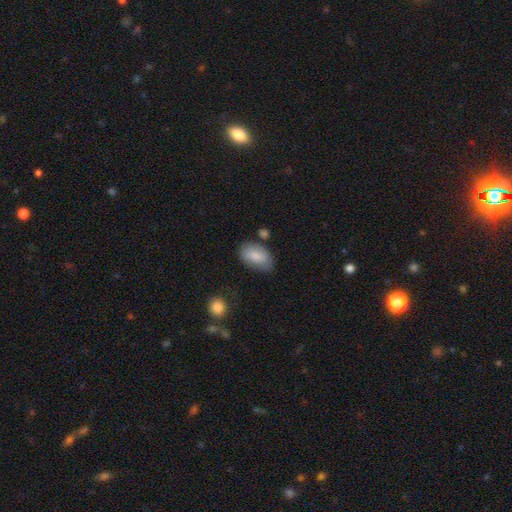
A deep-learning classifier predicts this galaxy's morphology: Overall: smooth (83%). How rounded: in between (92%). Merging: none (66%).